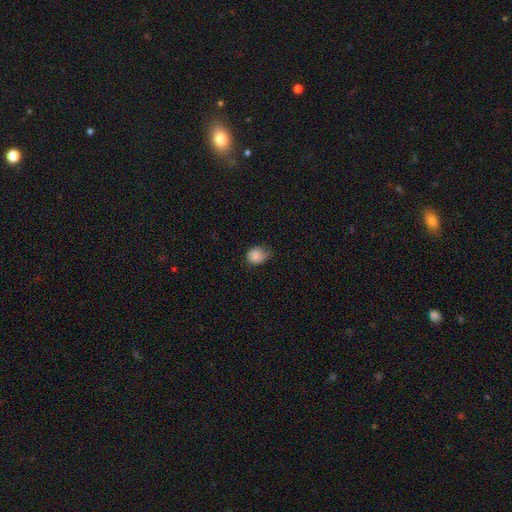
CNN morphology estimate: smooth_or_featured: smooth (p=0.85) [alt: star or artifact p=0.09]
how_rounded: round (p=0.61) [alt: in between p=0.38]
merging: minor disturbance (p=0.44) [alt: none p=0.41]